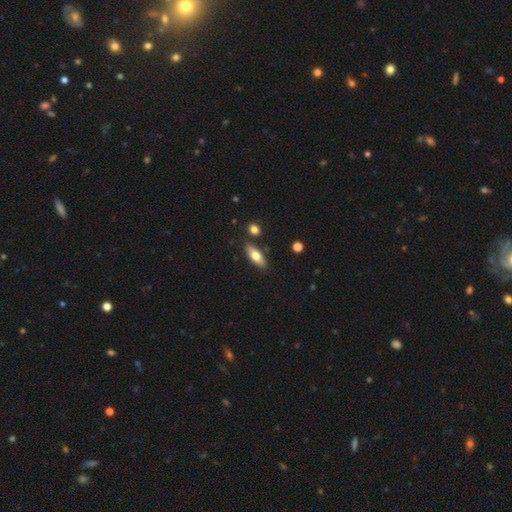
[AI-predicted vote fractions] Smooth or featured: smooth — 65% (featured or disk — 29%)
How rounded: in between — 63% (cigar-shaped — 34%)
Merging: none — 82% (minor disturbance — 10%)